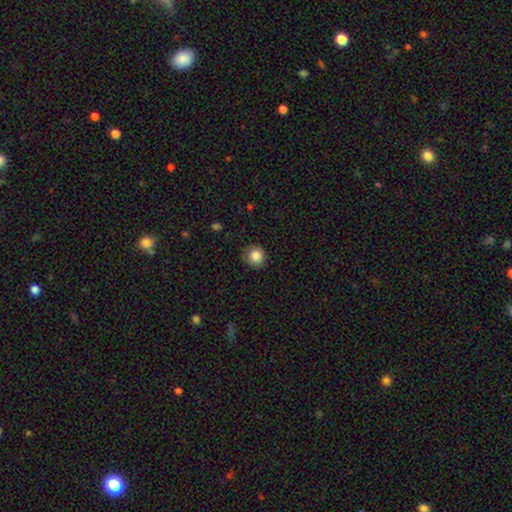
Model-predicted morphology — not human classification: smooth-or-featured: smooth: 84% | star or artifact: 9% | featured or disk: 7%
  how-rounded: round: 91% | in between: 8% | cigar-shaped: 1%
  merging: none: 78% | minor disturbance: 17% | major disturbance: 4% | merger: 1%